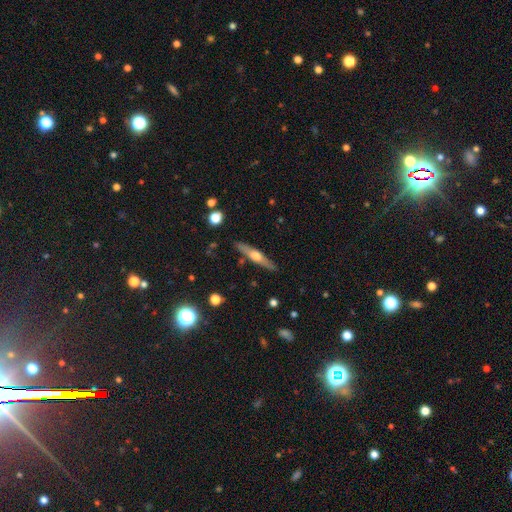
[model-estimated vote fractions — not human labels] A featured or disk galaxy (63%) viewed edge-on (95%) with a rounded central bulge (91%). Merging: none (87%).